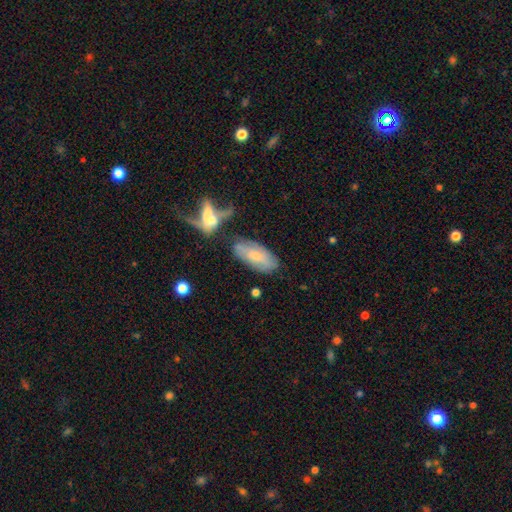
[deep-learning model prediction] smooth-or-featured: smooth: 56% | featured or disk: 35% | star or artifact: 8%
  how-rounded: in between: 85% | cigar-shaped: 12% | round: 3%
  merging: none: 58% | minor disturbance: 21% | merger: 13% | major disturbance: 8%